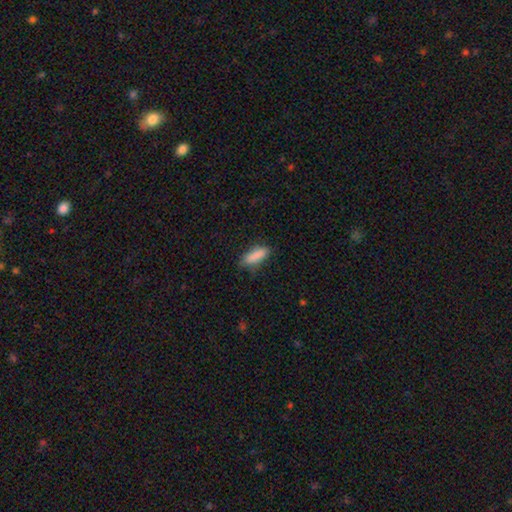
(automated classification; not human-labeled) smooth 87%, star or artifact 7%, featured or disk 6%. Down the decision tree: how rounded — in between (54%); merging — none (75%).